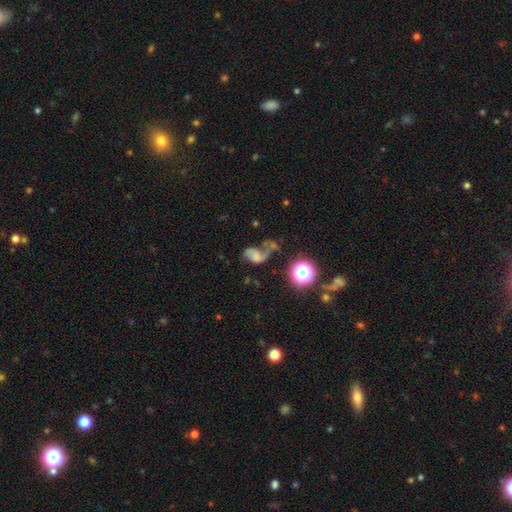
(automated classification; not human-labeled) The model was most divided on "smooth or featured": featured or disk: 41%, smooth: 40%, star or artifact: 19%. Remaining: merging — major disturbance (37%).